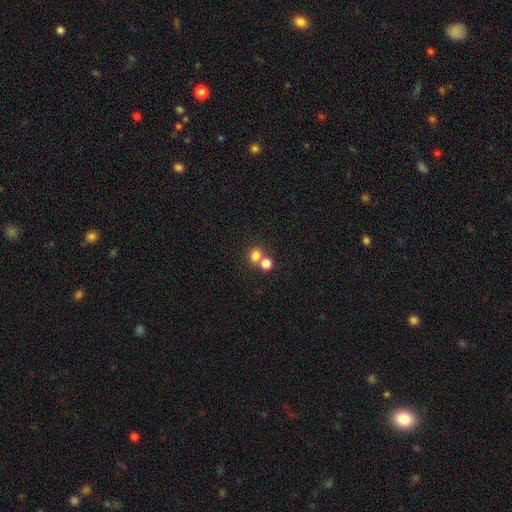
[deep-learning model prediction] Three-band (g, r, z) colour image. It shows a smooth galaxy with no disk features (78%) that is round (71%). Merging: merger (46%).